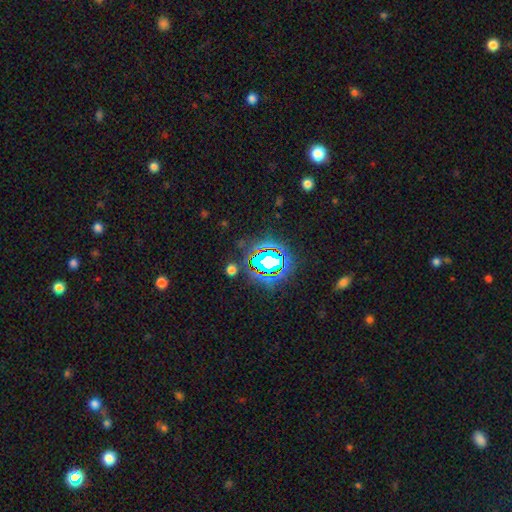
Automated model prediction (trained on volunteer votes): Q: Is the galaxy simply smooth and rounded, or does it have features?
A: star or artifact — 79%.